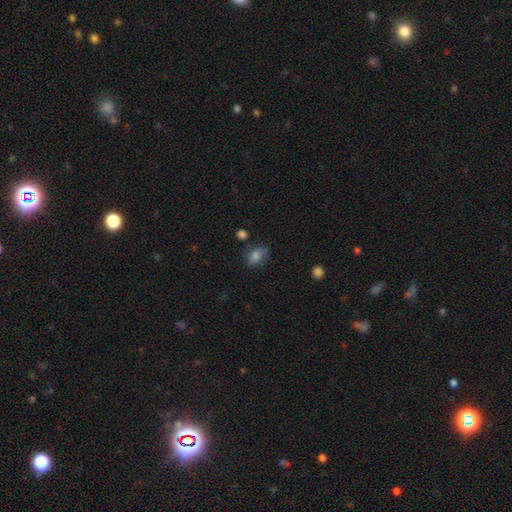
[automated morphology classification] smooth 78%, star or artifact 11%, featured or disk 11%. Down the decision tree: how rounded — in between (79%); merging — none (63%).